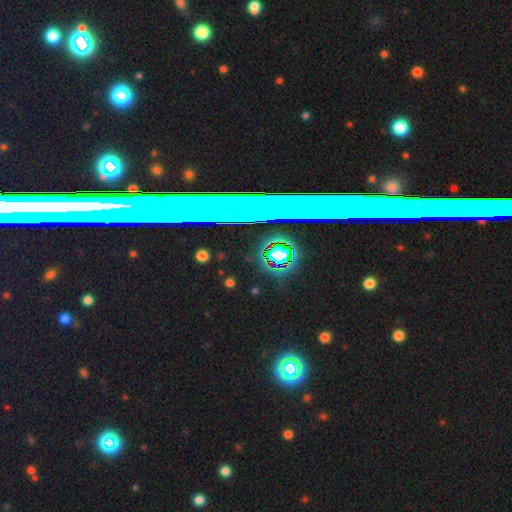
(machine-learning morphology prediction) smooth-or-featured: star or artifact: 69% | featured or disk: 17% | smooth: 13%